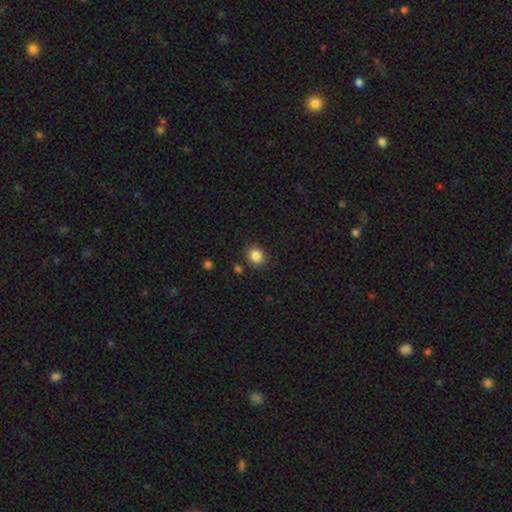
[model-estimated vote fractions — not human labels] Q: Smooth or featured?
A: smooth (85%); runner-up: star or artifact (10%)
Q: How rounded?
A: round (68%); runner-up: in between (31%)
Q: Merging?
A: none (86%); runner-up: minor disturbance (8%)